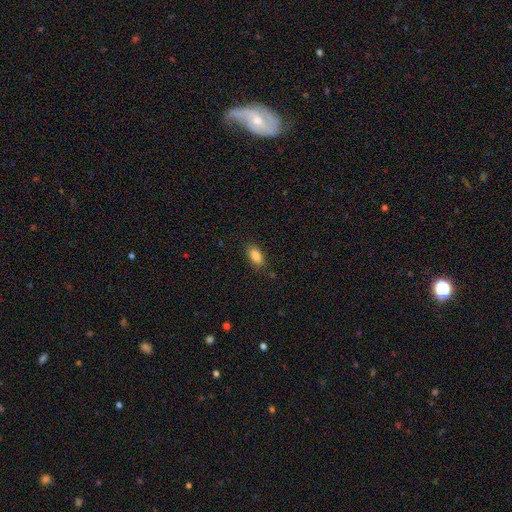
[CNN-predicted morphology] Smooth or featured? Predicted: smooth (p=0.85). How rounded? Predicted: in between (p=0.89). Merging? Predicted: none (p=0.86).